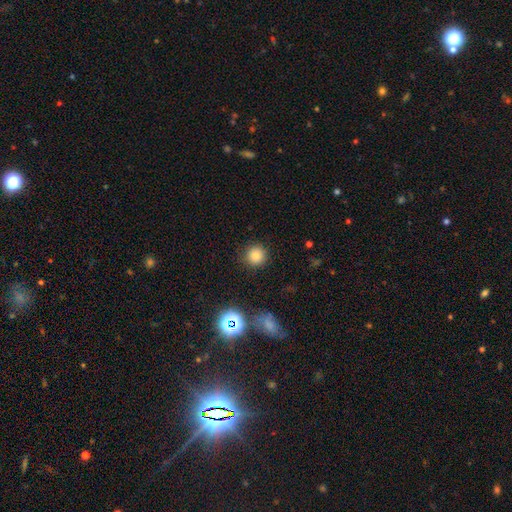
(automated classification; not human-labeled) This is likely a smooth galaxy (80%). How rounded: clearly round (94%). Merging: clearly none (89%).